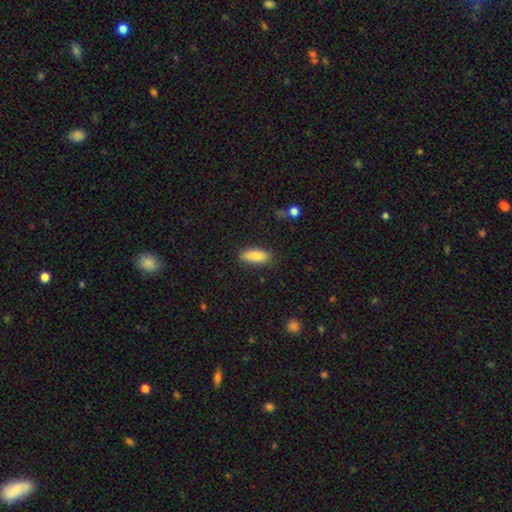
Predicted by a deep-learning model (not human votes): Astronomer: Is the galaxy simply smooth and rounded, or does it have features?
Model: smooth — 85%.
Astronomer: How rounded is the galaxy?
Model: in between — 73%.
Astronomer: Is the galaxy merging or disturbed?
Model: none — 81%.